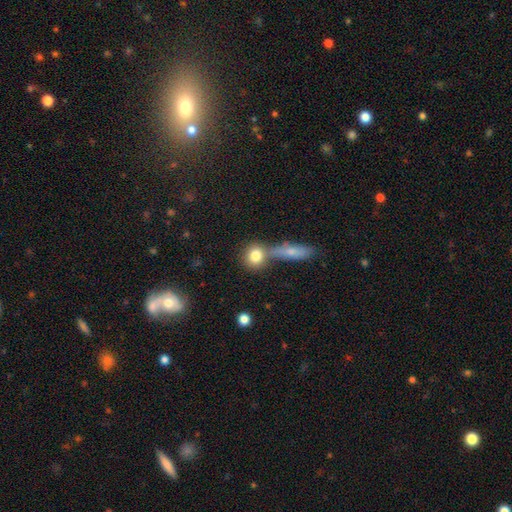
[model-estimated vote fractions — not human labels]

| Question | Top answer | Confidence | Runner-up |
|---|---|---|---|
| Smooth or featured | smooth | 80% | featured or disk (11%) |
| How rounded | round | 77% | in between (19%) |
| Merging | none | 54% | merger (31%) |